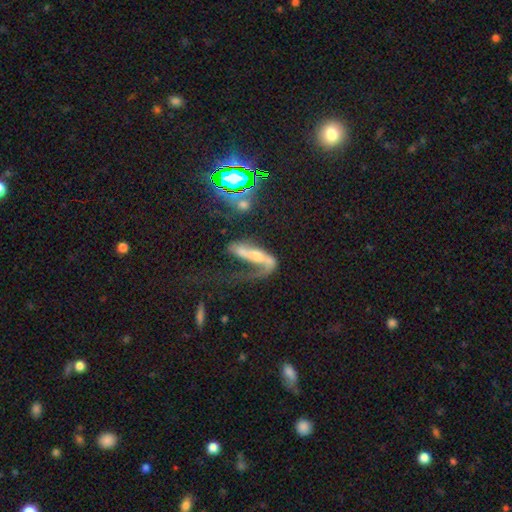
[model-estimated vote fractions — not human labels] Smooth or featured?
  - featured or disk: 63% *
  - smooth: 24%
  - star or artifact: 13%
Edge-on disk?
  - no: 77% *
  - yes: 23%
Merging?
  - major disturbance: 49% *
  - none: 24%
  - merger: 14%
  - minor disturbance: 13%